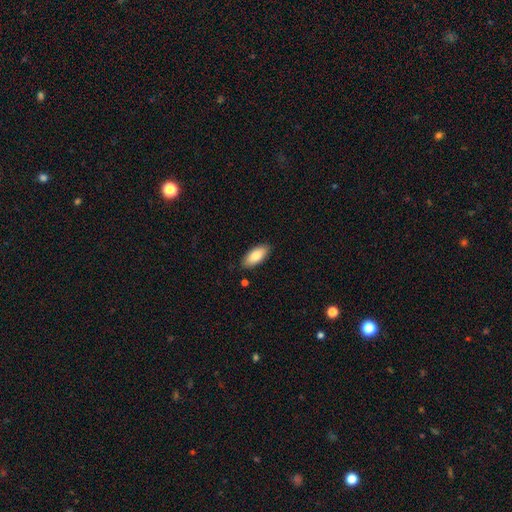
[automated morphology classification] Q: Smooth or featured?
A: smooth (82%); runner-up: featured or disk (12%)
Q: How rounded?
A: in between (88%); runner-up: cigar-shaped (10%)
Q: Merging?
A: none (87%); runner-up: minor disturbance (10%)